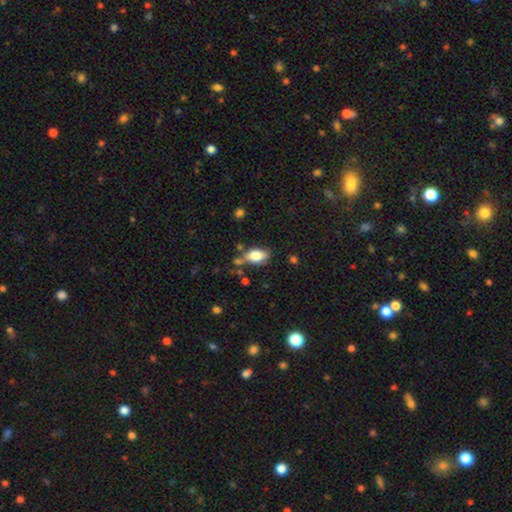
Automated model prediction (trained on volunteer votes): smooth-or-featured: smooth: 73% | featured or disk: 19% | star or artifact: 8%
  how-rounded: in between: 87% | round: 9% | cigar-shaped: 5%
  merging: none: 61% | minor disturbance: 22% | merger: 10% | major disturbance: 7%